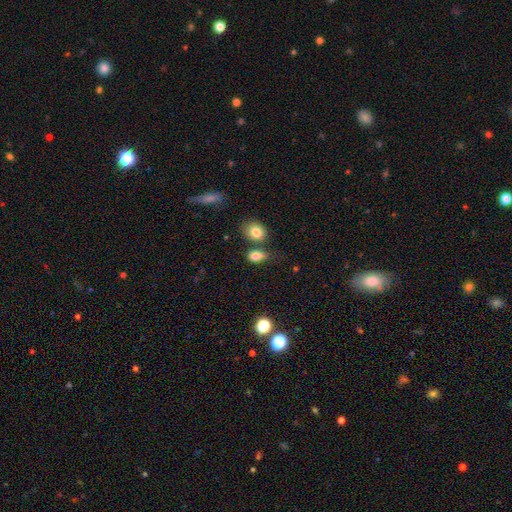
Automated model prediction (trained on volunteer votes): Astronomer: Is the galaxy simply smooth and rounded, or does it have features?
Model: smooth — 83%.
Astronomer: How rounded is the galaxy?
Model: in between — 77%.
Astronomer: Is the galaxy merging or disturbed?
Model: none — 55%.